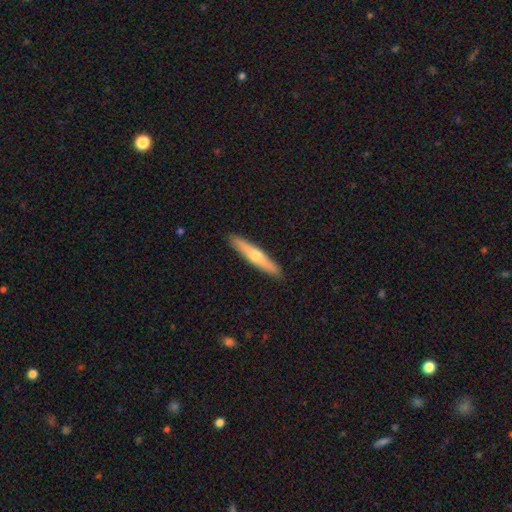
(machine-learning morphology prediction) This is possibly a featured or disk galaxy (50%). Merging: clearly none (92%).